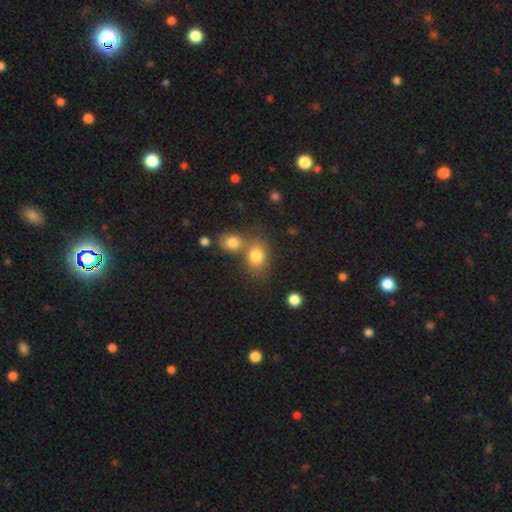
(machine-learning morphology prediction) type=smooth (80%); roundness=in between (53%); merging=none (46%).